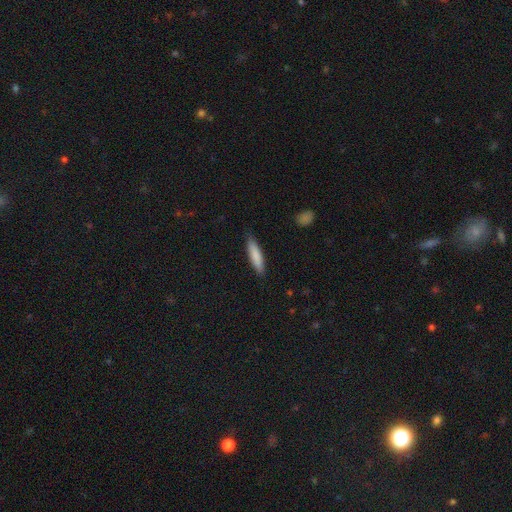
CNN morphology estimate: Overall: smooth (82%). How rounded: cigar-shaped (76%). Merging: none (85%).